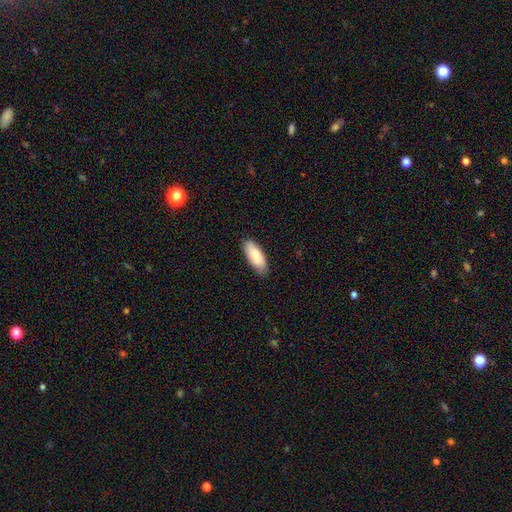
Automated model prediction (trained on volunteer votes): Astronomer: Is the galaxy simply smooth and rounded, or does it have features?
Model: smooth — 83%.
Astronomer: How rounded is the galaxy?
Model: in between — 75%.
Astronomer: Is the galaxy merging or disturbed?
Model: none — 85%.